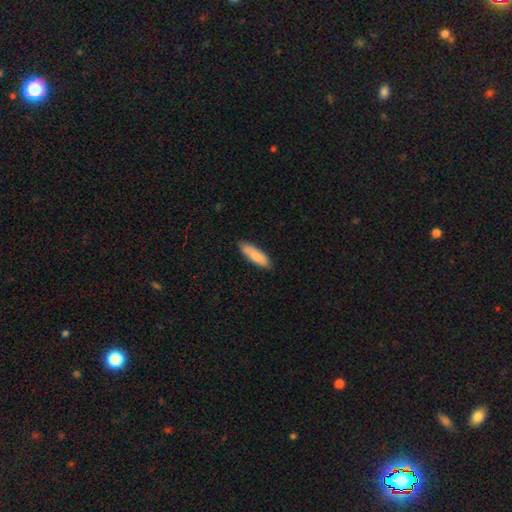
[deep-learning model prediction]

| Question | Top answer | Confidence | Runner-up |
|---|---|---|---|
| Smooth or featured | smooth | 84% | featured or disk (11%) |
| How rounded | cigar-shaped | 51% | in between (48%) |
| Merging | none | 83% | minor disturbance (14%) |